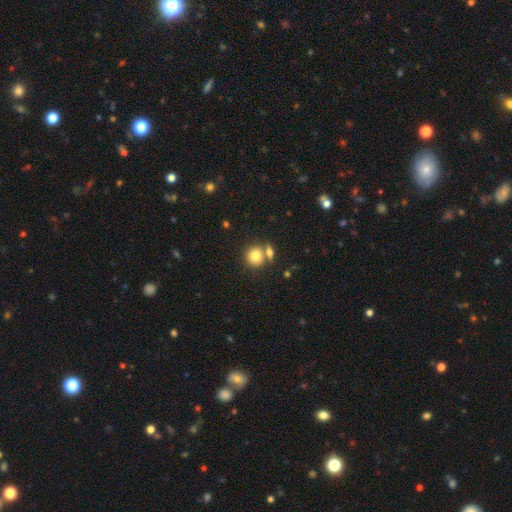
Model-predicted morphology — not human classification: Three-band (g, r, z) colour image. It shows a smooth galaxy with no disk features (80%) that is round (84%). Merging: none (55%).